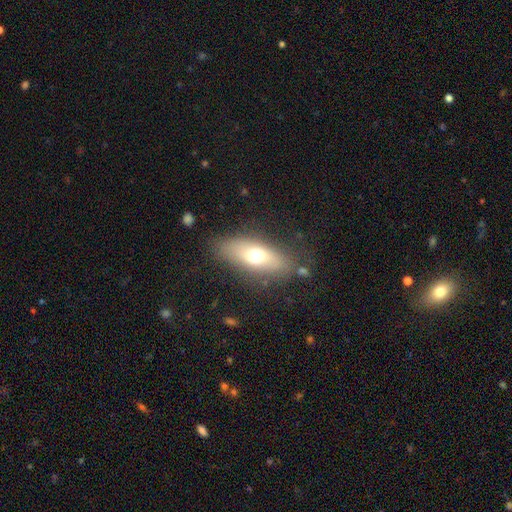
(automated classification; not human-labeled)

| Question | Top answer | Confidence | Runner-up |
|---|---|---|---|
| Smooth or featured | smooth | 61% | featured or disk (29%) |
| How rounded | in between | 70% | cigar-shaped (23%) |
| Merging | none | 80% | minor disturbance (13%) |